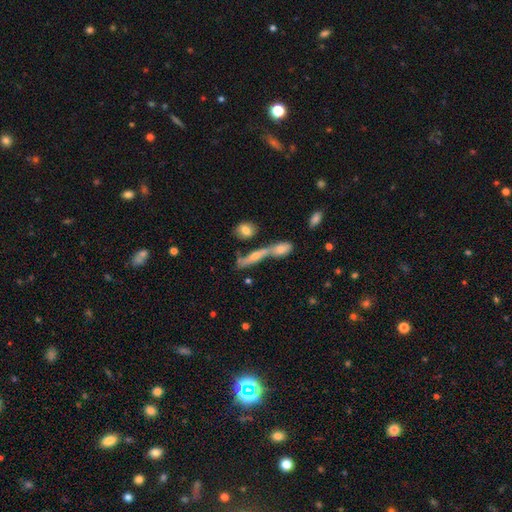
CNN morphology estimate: smooth_or_featured: featured or disk (p=0.48) [alt: smooth p=0.36]
merging: merger (p=0.46) [alt: none p=0.35]